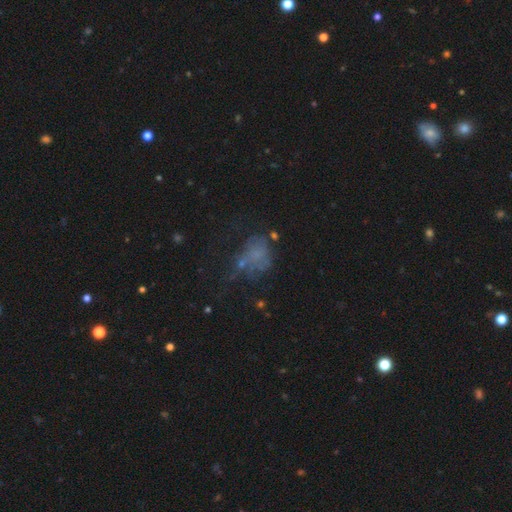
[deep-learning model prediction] Morphology: type=smooth (44%); merging=major disturbance (36%).